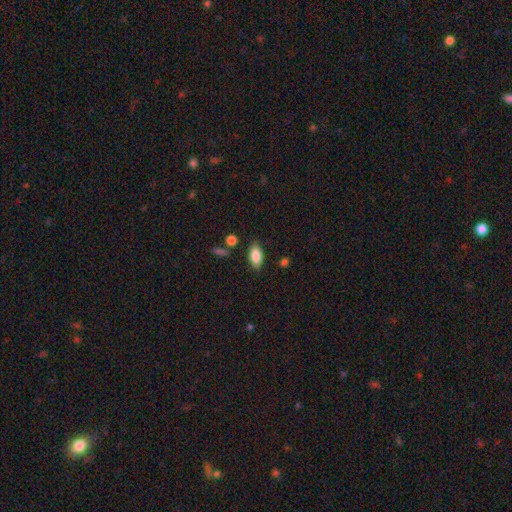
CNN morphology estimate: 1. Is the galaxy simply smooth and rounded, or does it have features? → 85% smooth, 7% star or artifact, 7% featured or disk.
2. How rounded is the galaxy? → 91% in between, 5% cigar-shaped, 4% round.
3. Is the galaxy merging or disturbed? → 80% none, 13% minor disturbance, 3% major disturbance, 3% merger.